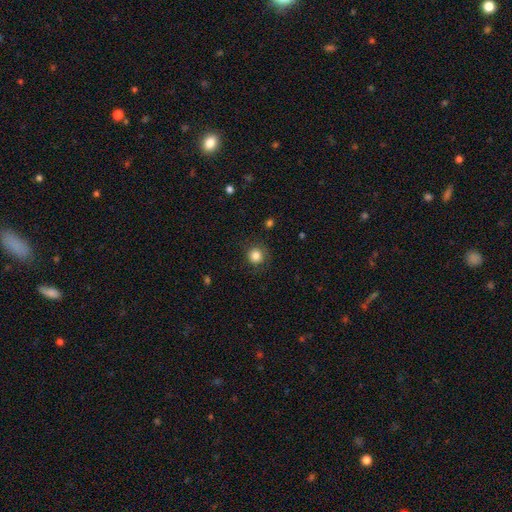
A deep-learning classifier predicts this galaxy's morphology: Overall: smooth (84%). How rounded: round (93%). Merging: none (85%).